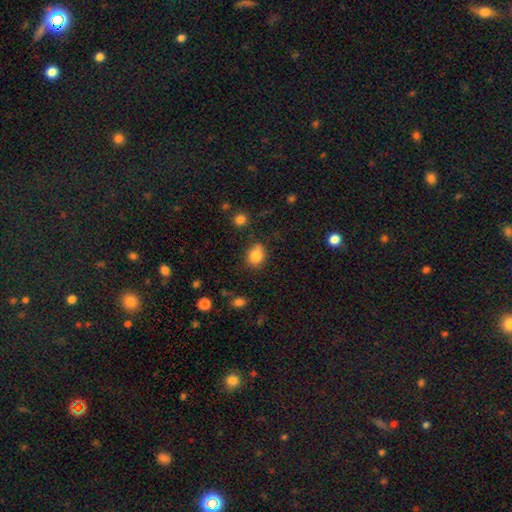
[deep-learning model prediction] This is clearly a smooth galaxy (84%). How rounded: likely round (62%). Merging: likely none (73%).